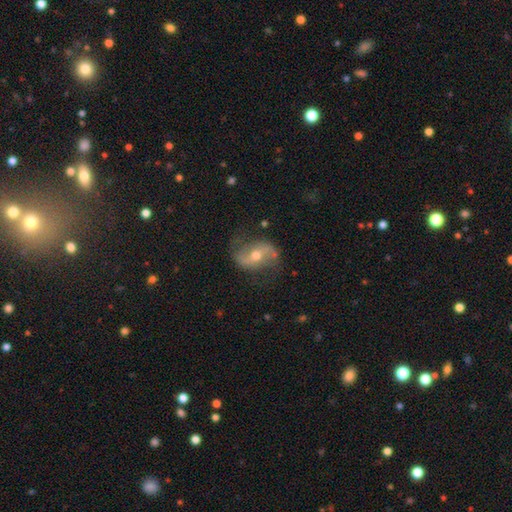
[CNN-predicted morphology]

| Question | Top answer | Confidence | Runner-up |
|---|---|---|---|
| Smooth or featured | featured or disk | 79% | smooth (13%) |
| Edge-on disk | no | 95% | yes (5%) |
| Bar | weak | 36% | no (33%) |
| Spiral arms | yes | 91% | no (9%) |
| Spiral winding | loose | 67% | medium (26%) |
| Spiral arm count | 2 | 92% | can't tell (3%) |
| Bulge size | moderate | 59% | small (36%) |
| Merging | none | 75% | minor disturbance (16%) |